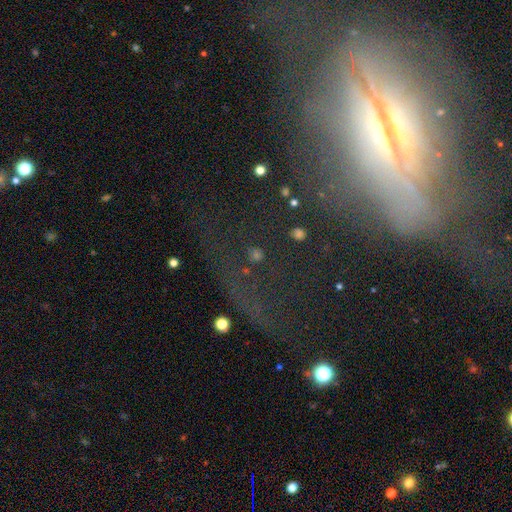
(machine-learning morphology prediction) This is possibly a star or artifact rather than a galaxy (53%).